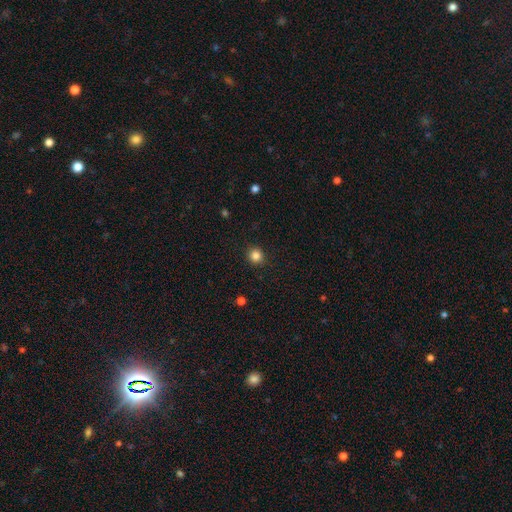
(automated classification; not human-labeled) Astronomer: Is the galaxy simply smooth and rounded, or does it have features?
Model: smooth — 84%.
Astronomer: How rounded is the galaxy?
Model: round — 92%.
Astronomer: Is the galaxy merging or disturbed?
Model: none — 91%.